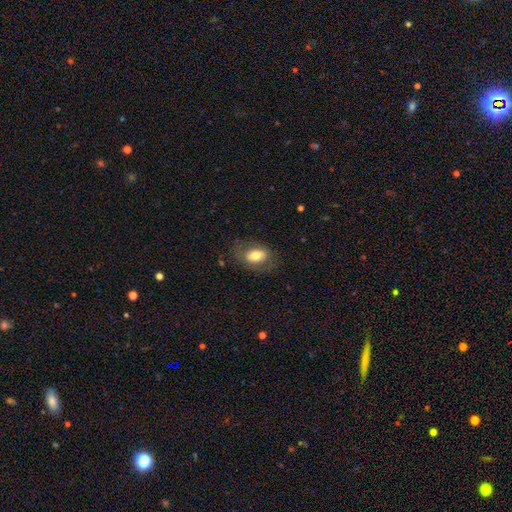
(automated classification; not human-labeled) Overall: smooth (68%). How rounded: in between (86%). Merging: none (72%).